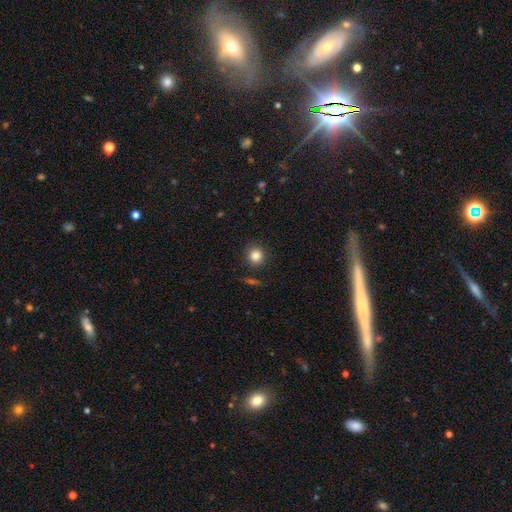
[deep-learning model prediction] This appears to be a smooth galaxy with no disk features (84%) that is round (92%). Merging: none (89%).